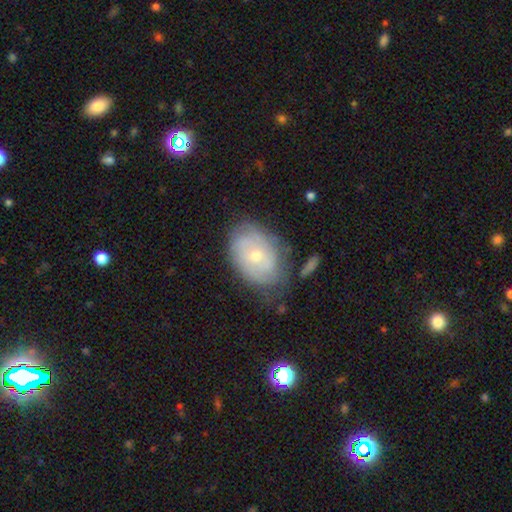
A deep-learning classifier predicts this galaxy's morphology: A featured or disk galaxy (58%) with no bar (82%), spiral arms (67%) and a small central bulge (49%). Merging: none (65%).